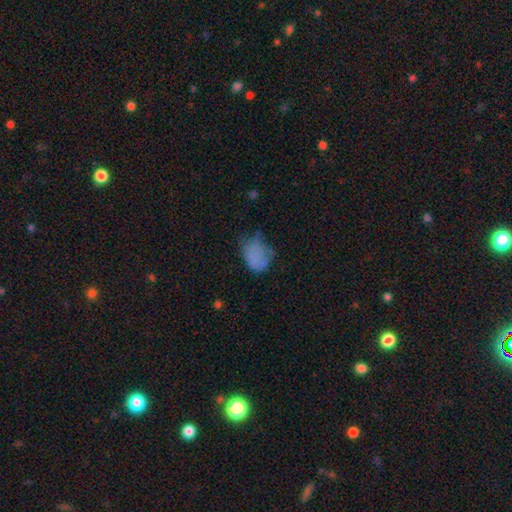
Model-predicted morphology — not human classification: smooth-or-featured: smooth: 72% | featured or disk: 15% | star or artifact: 12%
  how-rounded: in between: 74% | round: 25% | cigar-shaped: 1%
  merging: minor disturbance: 37% | none: 33% | major disturbance: 27% | merger: 3%